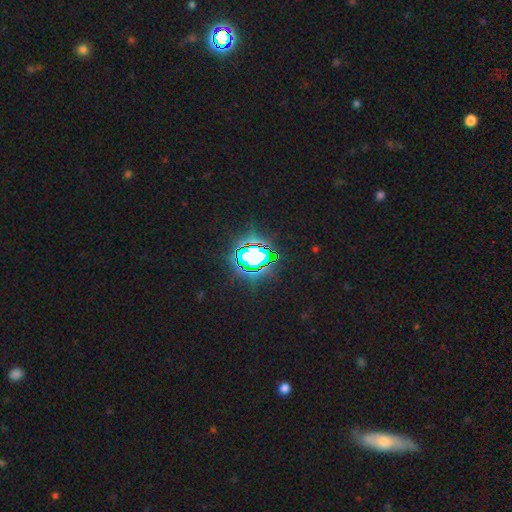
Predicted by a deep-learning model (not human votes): Smooth or featured? star or artifact (81%)